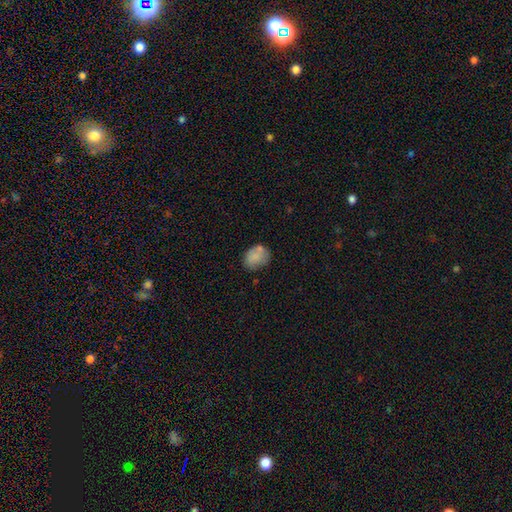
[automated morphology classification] Smooth or featured: smooth — 79% (featured or disk — 12%)
How rounded: in between — 61% (round — 38%)
Merging: none — 60% (minor disturbance — 21%)